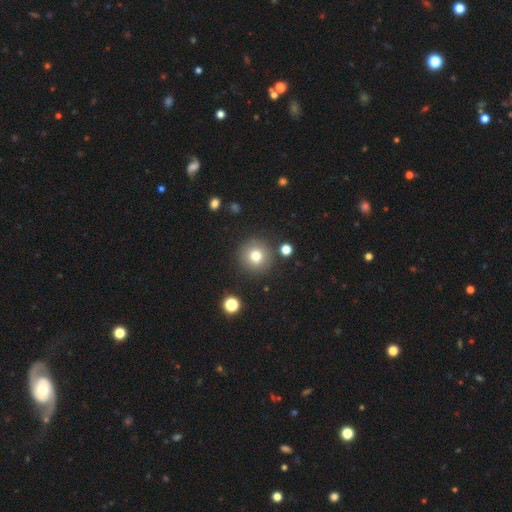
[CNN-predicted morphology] This appears to be a smooth galaxy with no disk features (76%) that is round (94%). Merging: none (87%).